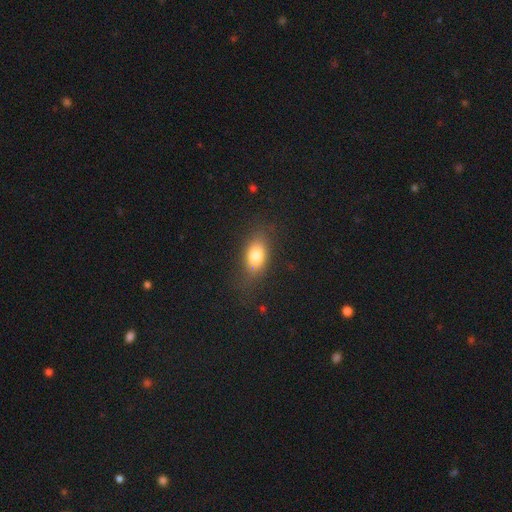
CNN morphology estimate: smooth_or_featured: smooth (p=0.78) [alt: featured or disk p=0.13]
how_rounded: in between (p=0.82) [alt: round p=0.13]
merging: none (p=0.74) [alt: minor disturbance p=0.17]